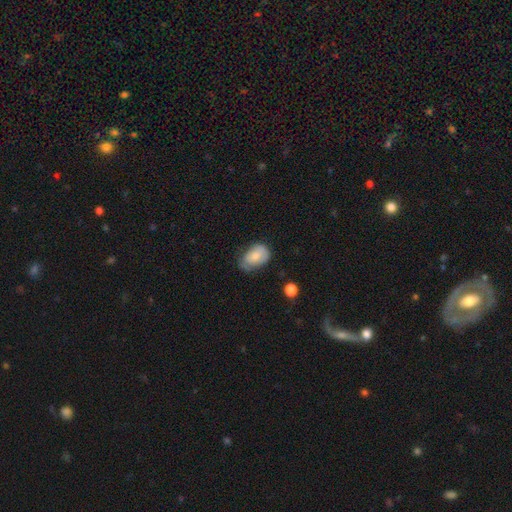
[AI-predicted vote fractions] smooth 73%, featured or disk 20%, star or artifact 7%. Down the decision tree: how rounded — in between (86%); merging — none (47%).